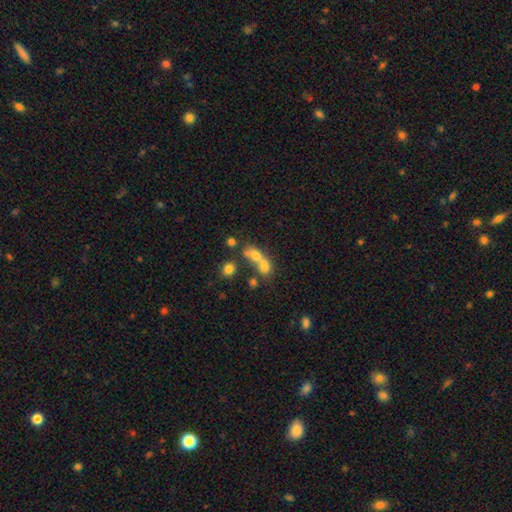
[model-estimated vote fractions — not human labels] This is possibly a smooth galaxy (52%). How rounded: possibly round (46%). Merging: possibly merger (54%).